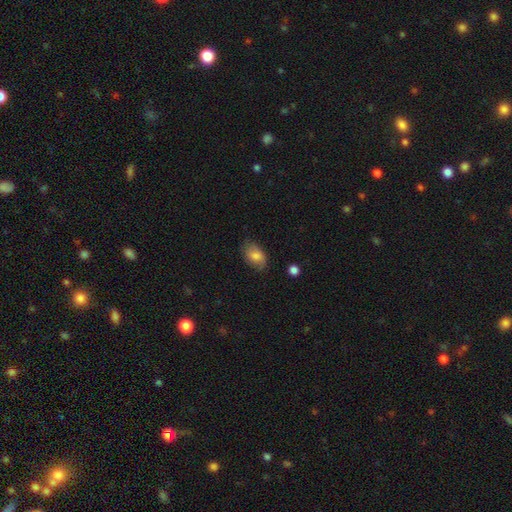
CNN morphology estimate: smooth_or_featured: smooth (p=0.78) [alt: featured or disk p=0.14]
how_rounded: in between (p=0.89) [alt: round p=0.09]
merging: none (p=0.71) [alt: minor disturbance p=0.23]